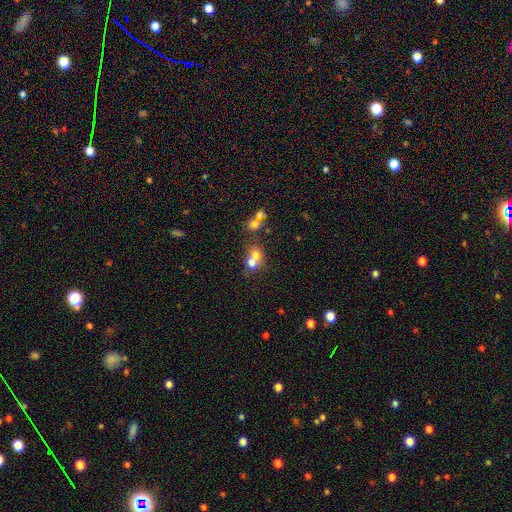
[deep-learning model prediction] smooth_or_featured: smooth (p=0.65) [alt: featured or disk p=0.21]
how_rounded: round (p=0.69) [alt: in between p=0.29]
merging: merger (p=0.63) [alt: none p=0.27]